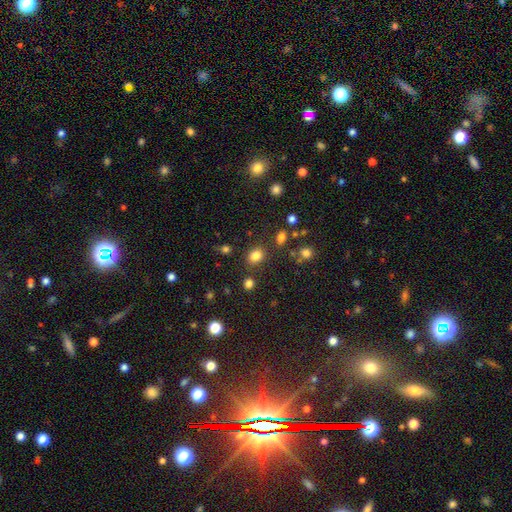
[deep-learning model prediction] smooth-or-featured: smooth: 82% | star or artifact: 13% | featured or disk: 5%
  how-rounded: in between: 52% | round: 47% | cigar-shaped: 1%
  merging: none: 80% | minor disturbance: 11% | merger: 5% | major disturbance: 4%